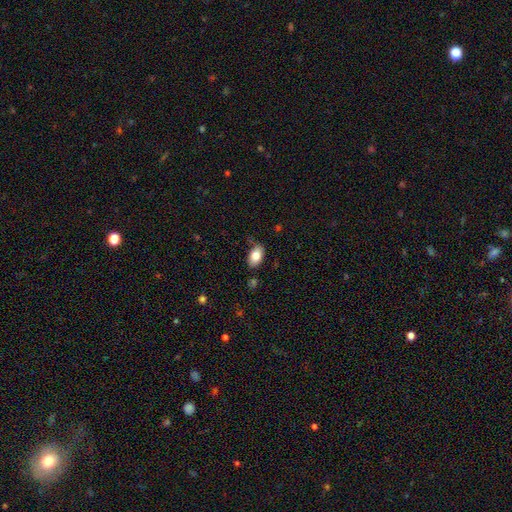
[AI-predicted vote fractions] smooth 80%, featured or disk 12%, star or artifact 7%. Down the decision tree: how rounded — in between (92%); merging — none (79%).